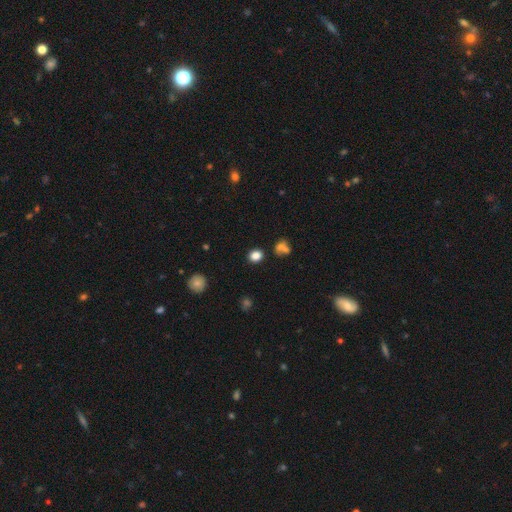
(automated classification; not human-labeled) Overall: smooth (83%). How rounded: round (65%; in between 34%). Merging: none (79%).